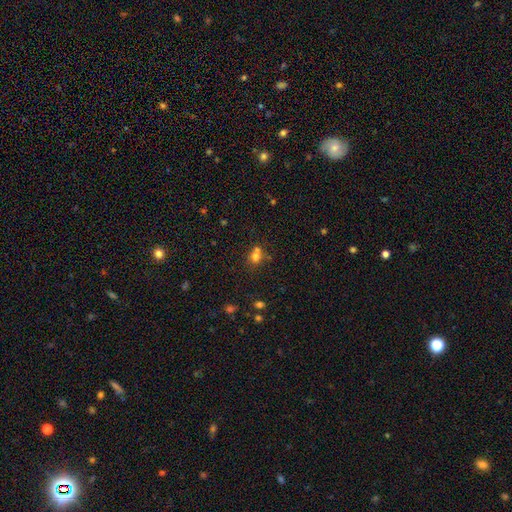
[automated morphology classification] Smooth or featured? Predicted: smooth (p=0.70). How rounded? Predicted: round (p=0.62). Merging? Predicted: merger (p=0.44).